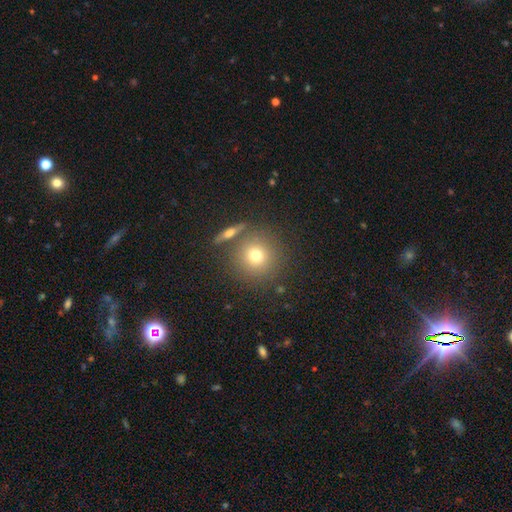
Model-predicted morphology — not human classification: smooth_or_featured: smooth (p=0.71) [alt: featured or disk p=0.15]
how_rounded: round (p=0.93) [alt: in between p=0.06]
merging: none (p=0.78) [alt: merger p=0.10]